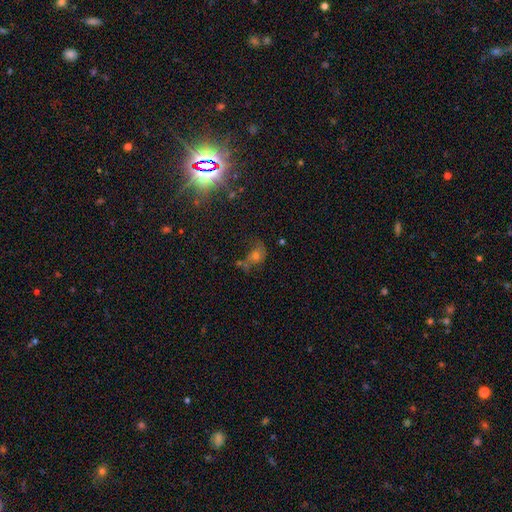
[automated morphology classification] smooth-or-featured: smooth: 44% | featured or disk: 29% | star or artifact: 27%
  merging: none: 36% | major disturbance: 24% | minor disturbance: 20% | merger: 20%